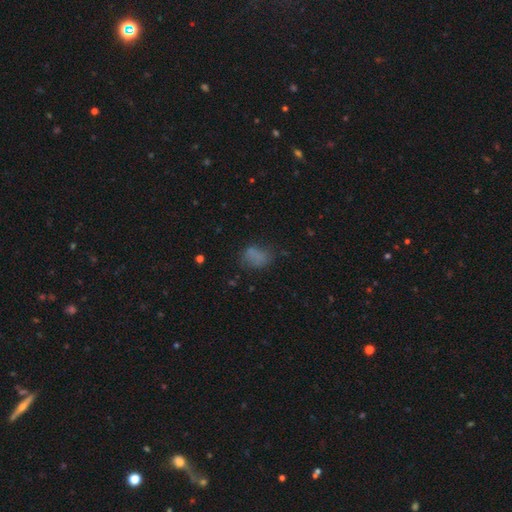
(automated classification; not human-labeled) The model was most divided on "merging": none: 54%, minor disturbance: 26%, major disturbance: 16%, merger: 4%. More confident: how rounded — in between (72%); smooth or featured — smooth (70%).